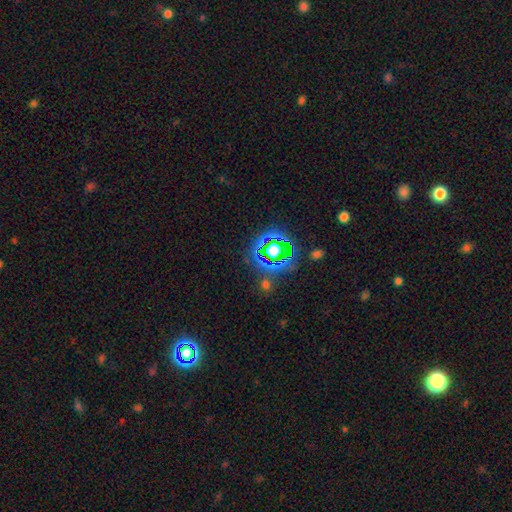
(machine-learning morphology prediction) A star or artifact, not a galaxy (72%).

Vote fractions:
- Smooth or featured? star or artifact: 72% / smooth: 18% / featured or disk: 10%